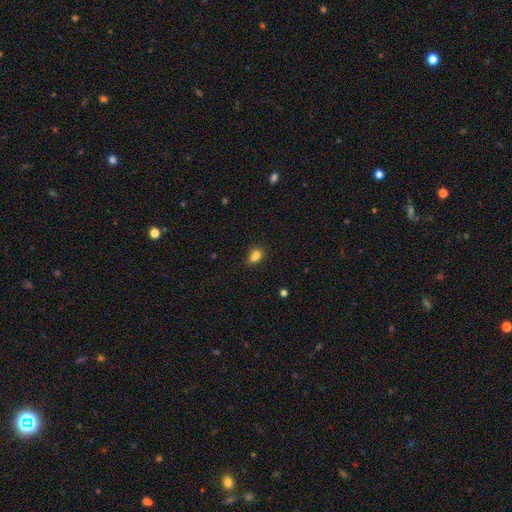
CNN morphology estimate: Smooth or featured?
  - smooth: 75% *
  - star or artifact: 13%
  - featured or disk: 11%
How rounded?
  - round: 51% *
  - in between: 47%
  - cigar-shaped: 2%
Merging?
  - merger: 41% *
  - none: 40%
  - minor disturbance: 14%
  - major disturbance: 5%